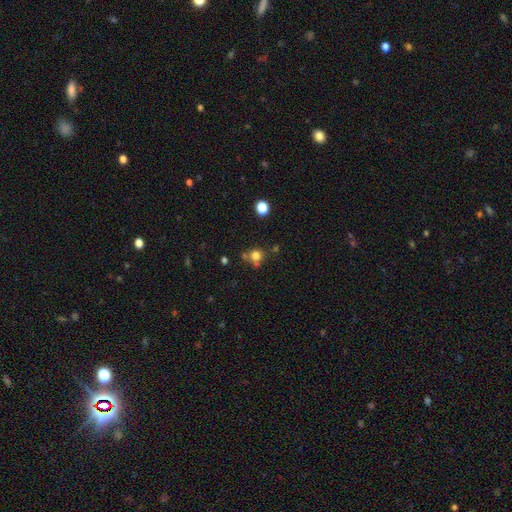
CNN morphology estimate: smooth 76%, star or artifact 16%, featured or disk 8%. Down the decision tree: how rounded — round (87%); merging — none (63%).